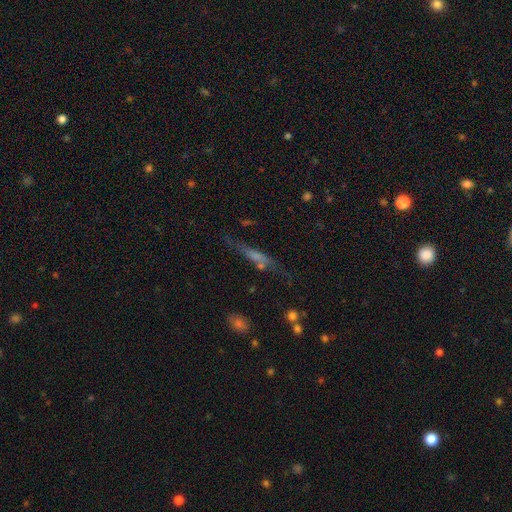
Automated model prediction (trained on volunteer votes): Smooth or featured: featured or disk — 48% (smooth — 36%)
Merging: none — 59% (minor disturbance — 21%)